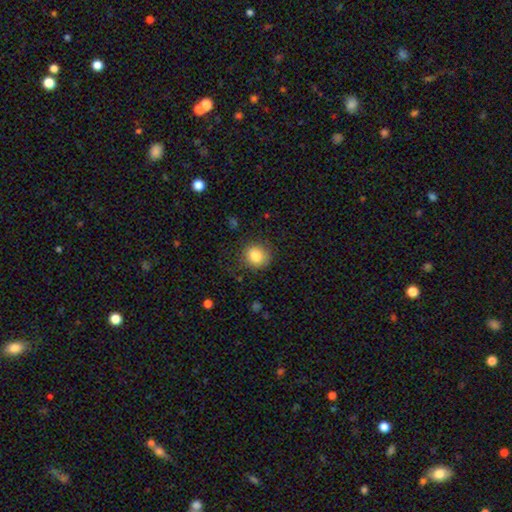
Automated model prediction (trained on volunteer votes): Smooth or featured? smooth (82%)
How rounded? round (86%)
Merging? none (83%)